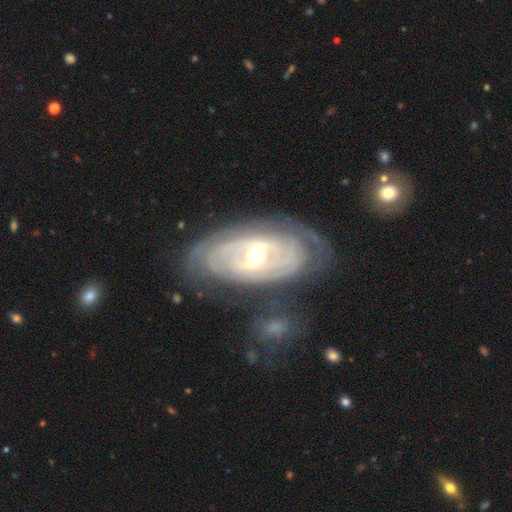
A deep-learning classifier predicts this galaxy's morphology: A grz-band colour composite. It shows a featured or disk galaxy (86%) with a weak bar (41%), tight (78%) spiral arms (87%) and a moderate central bulge (68%). Merging: none (70%).